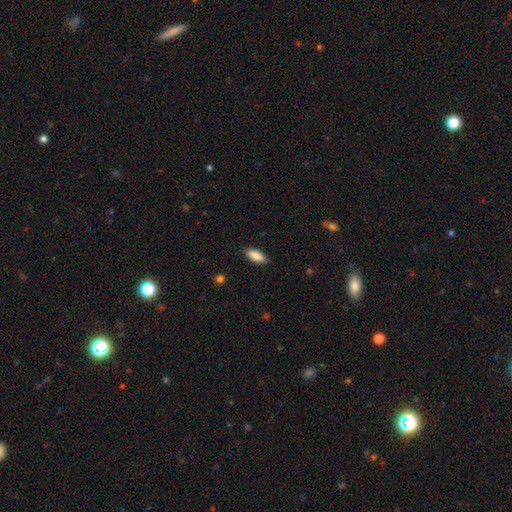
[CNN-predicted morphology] smooth-or-featured: smooth: 87% | featured or disk: 7% | star or artifact: 6%
  how-rounded: in between: 78% | cigar-shaped: 20% | round: 2%
  merging: none: 87% | minor disturbance: 10% | major disturbance: 2% | merger: 1%